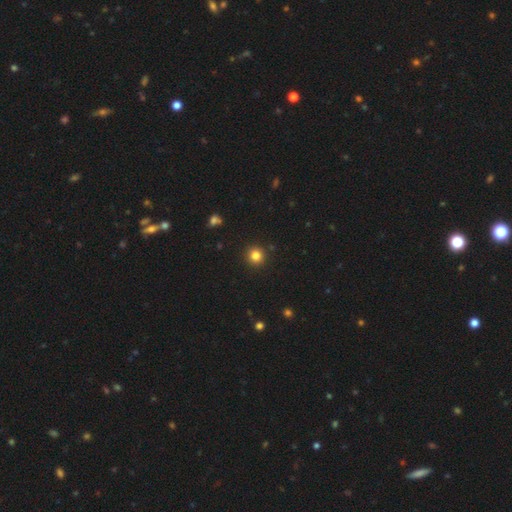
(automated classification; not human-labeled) A smooth galaxy with no disk features (82%) that is round (94%). Merging: none (92%).